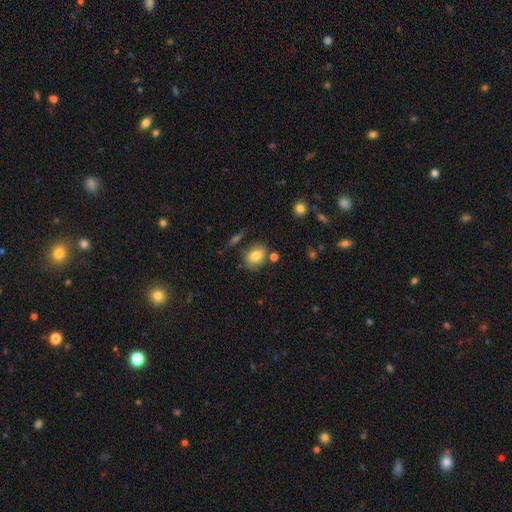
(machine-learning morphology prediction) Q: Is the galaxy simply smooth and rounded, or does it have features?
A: smooth — 79%.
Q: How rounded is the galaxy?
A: in between — 70%.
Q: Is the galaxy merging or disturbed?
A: none — 71%.